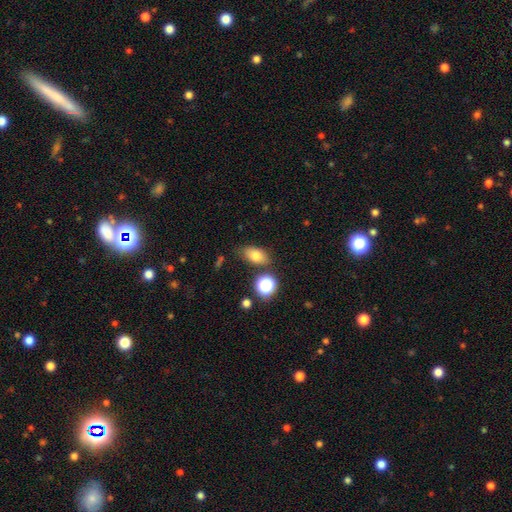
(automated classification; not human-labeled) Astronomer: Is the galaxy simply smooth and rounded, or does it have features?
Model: smooth — 77%.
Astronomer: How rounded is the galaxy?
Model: in between — 83%.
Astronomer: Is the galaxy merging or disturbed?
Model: none — 77%.